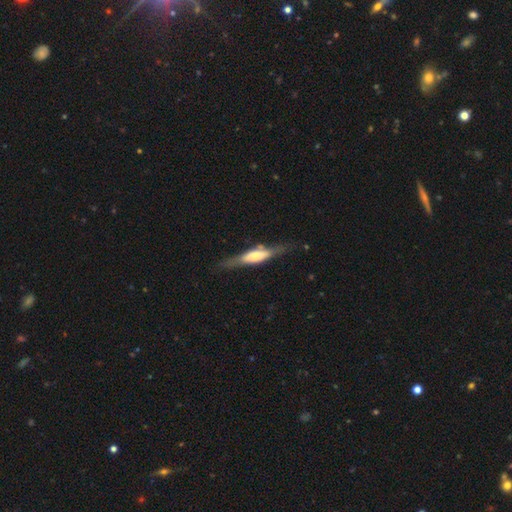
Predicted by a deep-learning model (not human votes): smooth_or_featured: featured or disk (p=0.62) [alt: smooth p=0.33]
disk_edge_on: yes (p=0.90) [alt: no p=0.10]
edge_on_bulge: rounded (p=0.57) [alt: boxy p=0.34]
merging: none (p=0.75) [alt: minor disturbance p=0.16]